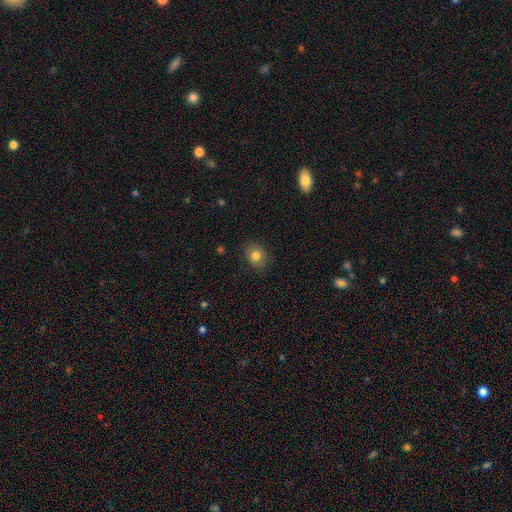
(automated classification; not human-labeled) Smooth or featured: smooth — 81% (star or artifact — 11%)
How rounded: round — 54% (in between — 45%)
Merging: none — 85% (minor disturbance — 11%)